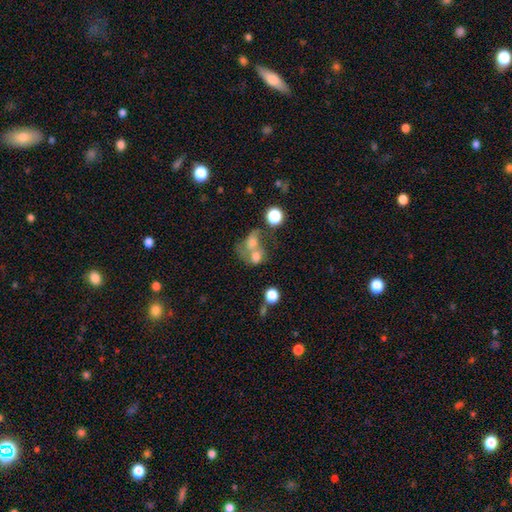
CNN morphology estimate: Smooth or featured? smooth (59%)
How rounded? round (51%)
Merging? merger (62%)